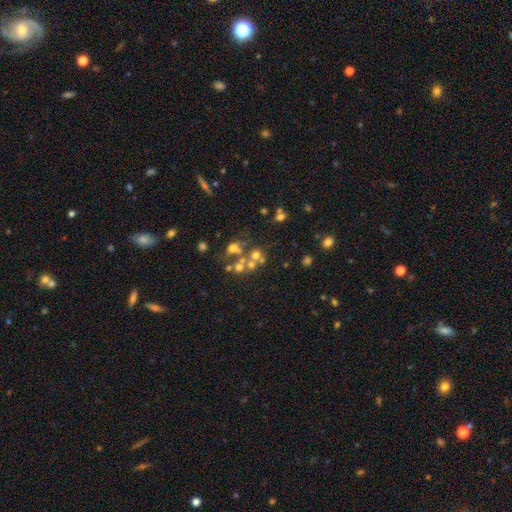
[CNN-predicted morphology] The model was most divided on "merging": merger: 42%, none: 40%, minor disturbance: 9%, major disturbance: 9%. Remaining: smooth or featured — smooth (44%).